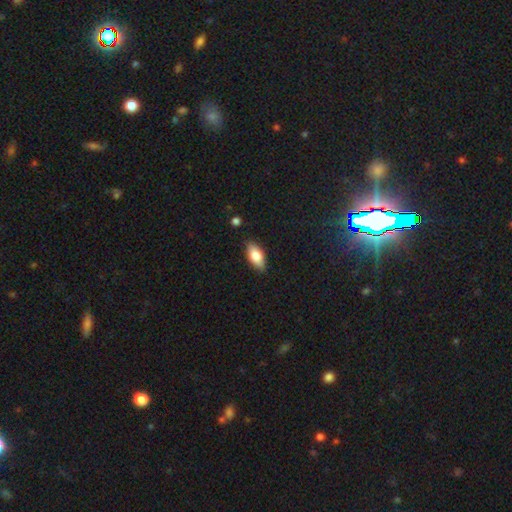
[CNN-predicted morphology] Smooth or featured? Predicted: smooth (p=0.78). How rounded? Predicted: in between (p=0.87). Merging? Predicted: none (p=0.86).